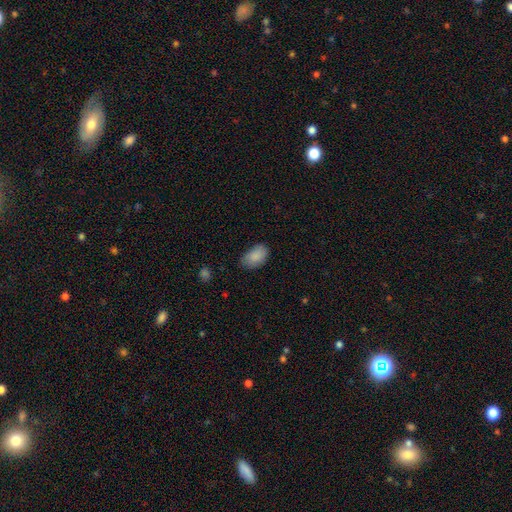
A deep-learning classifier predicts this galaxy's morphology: The model was most divided on "merging": none: 75%, minor disturbance: 20%, major disturbance: 4%, merger: 1%. More confident: how rounded — in between (91%); smooth or featured — smooth (88%).